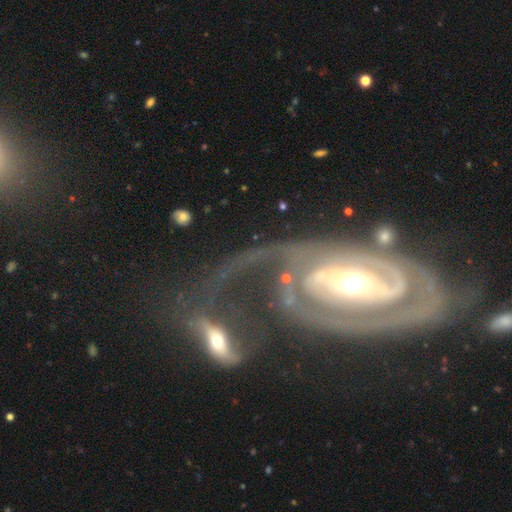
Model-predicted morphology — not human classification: type=featured or disk (88%); edge-on=no (95%); bar=no (40%); spiral arms=yes (92%); winding=tight (52%); arm count=2 (64%); bulge=moderate (64%); merging=none (36%).